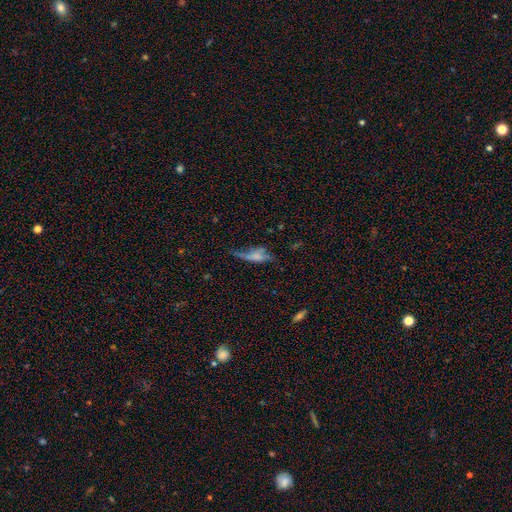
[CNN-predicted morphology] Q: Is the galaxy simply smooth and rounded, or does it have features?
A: smooth — 49%.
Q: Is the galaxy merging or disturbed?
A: none — 33%.